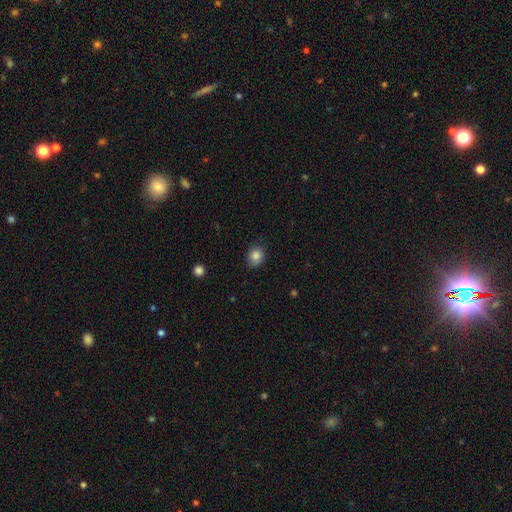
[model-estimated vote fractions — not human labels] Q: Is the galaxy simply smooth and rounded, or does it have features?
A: smooth — 85%.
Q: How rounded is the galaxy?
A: round — 54%.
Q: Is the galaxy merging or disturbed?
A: none — 81%.